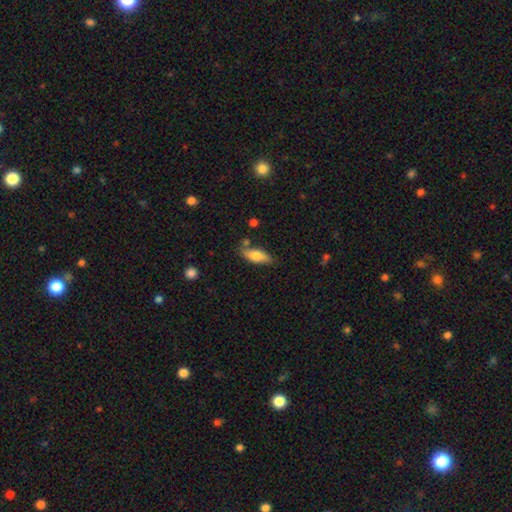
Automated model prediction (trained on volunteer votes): This is likely a smooth galaxy (68%). How rounded: likely in between (70%). Merging: likely none (74%).